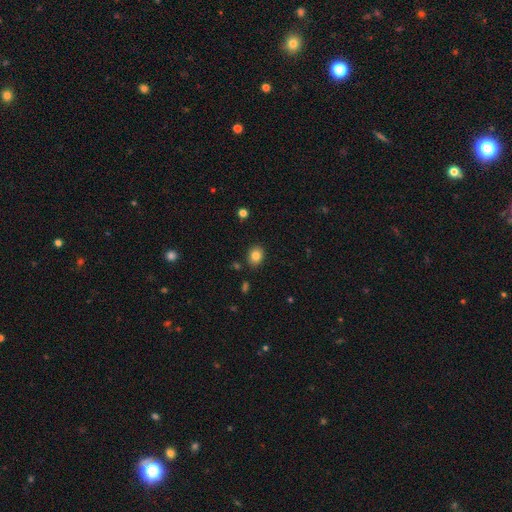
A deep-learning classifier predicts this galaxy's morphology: Smooth or featured? smooth (84%)
How rounded? round (52%)
Merging? none (87%)